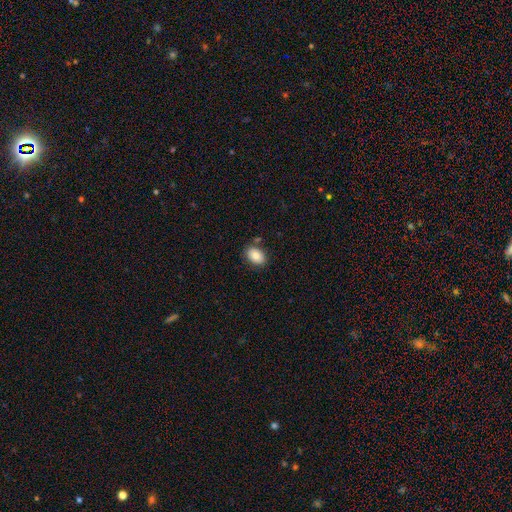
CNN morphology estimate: A smooth galaxy with no disk features (82%) that is in between round and cigar-shaped (84%).

Vote fractions:
- Smooth or featured? smooth: 82% / featured or disk: 11% / star or artifact: 8%
- How rounded? in between: 84% / round: 15% / cigar-shaped: 1%
- Merging? none: 81% / minor disturbance: 12% / merger: 4% / major disturbance: 3%